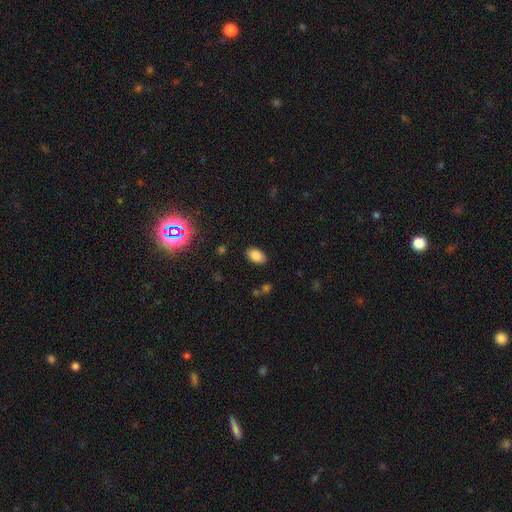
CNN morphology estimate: This is clearly a smooth galaxy (83%). How rounded: clearly in between (91%). Merging: clearly none (87%).